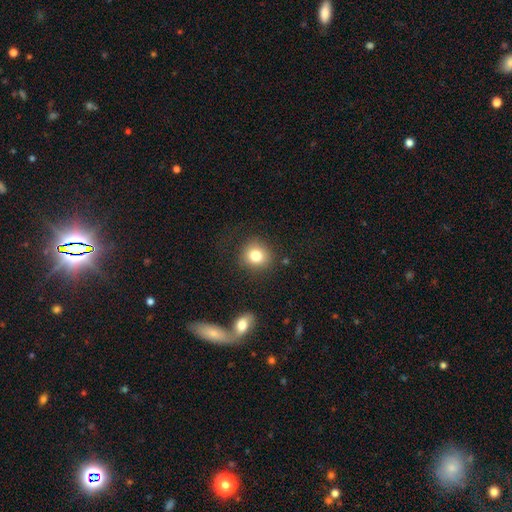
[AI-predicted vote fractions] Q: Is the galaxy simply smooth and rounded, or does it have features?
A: smooth — 80%.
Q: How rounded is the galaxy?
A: round — 86%.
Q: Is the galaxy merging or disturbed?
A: none — 84%.